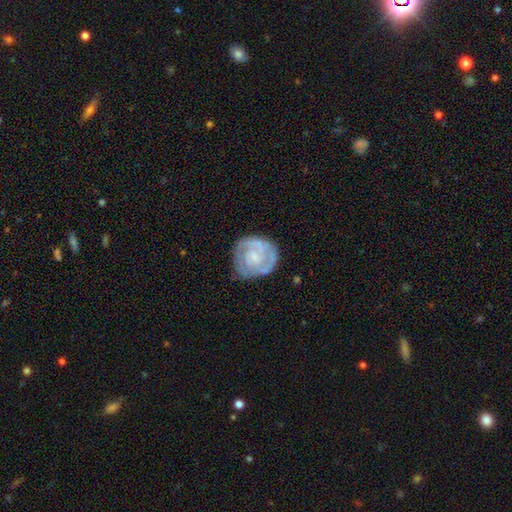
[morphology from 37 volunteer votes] type=featured or disk (76%); edge-on=no (100%); bar=no (68%); spiral arms=yes (54%); winding=tight (73%); arm count=can't tell (40%); bulge=small (36%); merging=none (69%).